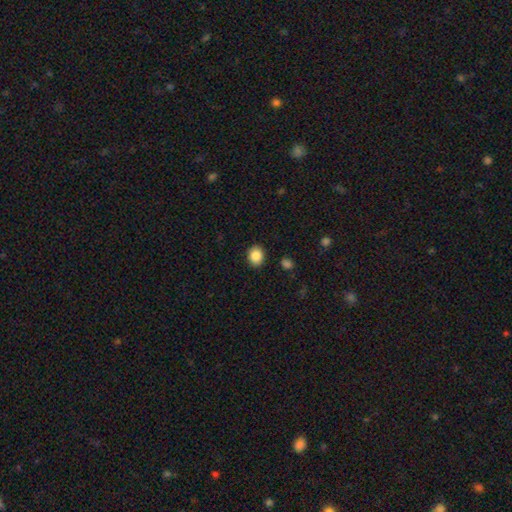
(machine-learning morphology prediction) A smooth galaxy with no disk features (87%) that is round (66%). Merging: none (89%).